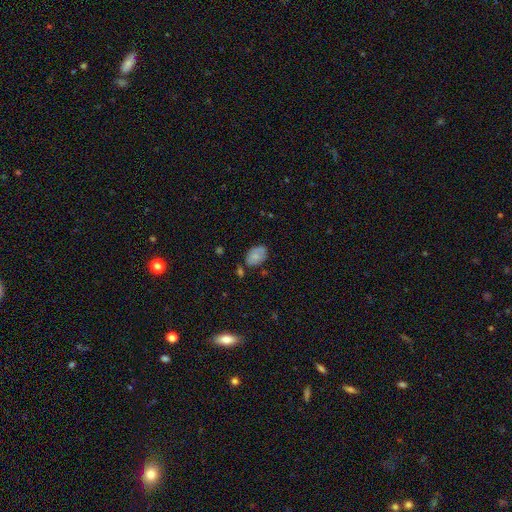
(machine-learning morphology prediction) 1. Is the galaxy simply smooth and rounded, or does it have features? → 75% smooth, 17% featured or disk, 8% star or artifact.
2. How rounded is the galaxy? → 86% in between, 13% round, 1% cigar-shaped.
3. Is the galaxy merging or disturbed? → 63% none, 24% minor disturbance, 8% merger, 5% major disturbance.